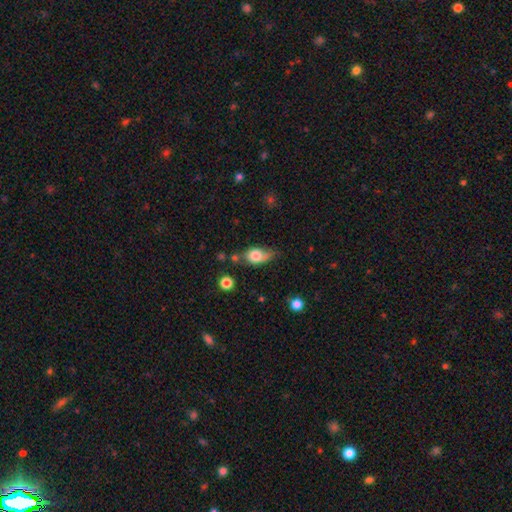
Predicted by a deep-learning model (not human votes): smooth 75%, featured or disk 17%, star or artifact 9%. Down the decision tree: how rounded — in between (73%); merging — none (42%).